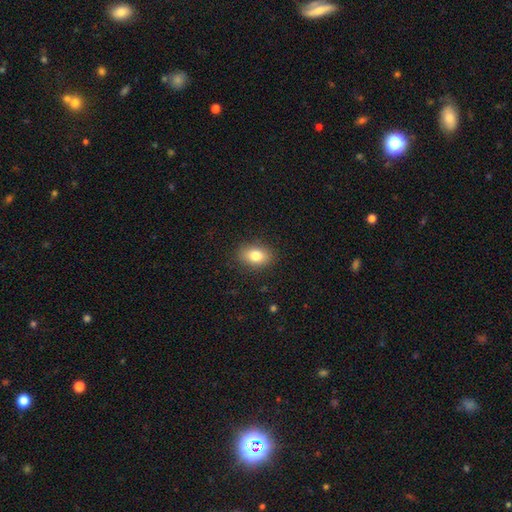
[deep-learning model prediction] A smooth galaxy with no disk features (81%) that is in between round and cigar-shaped (80%). Merging: none (87%).